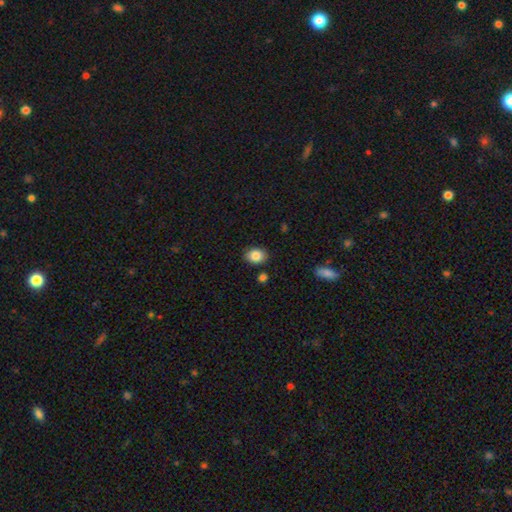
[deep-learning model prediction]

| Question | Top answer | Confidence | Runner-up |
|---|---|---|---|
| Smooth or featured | smooth | 85% | star or artifact (9%) |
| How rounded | in between | 60% | round (39%) |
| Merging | none | 84% | minor disturbance (11%) |